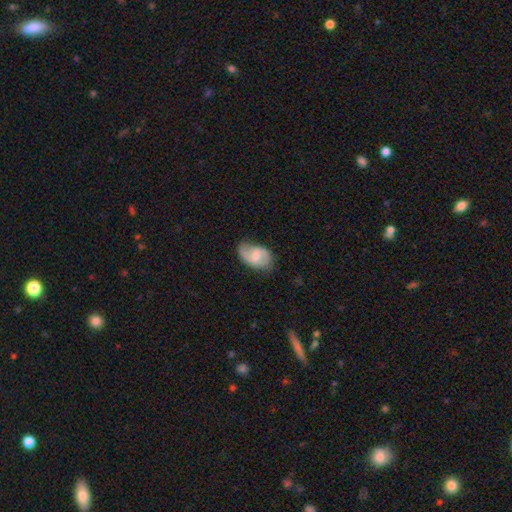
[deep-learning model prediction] A featured or disk galaxy (66%) with a weak bar (52%), 2 (76%) medium (46%) spiral arms (91%) and a moderate central bulge (47%). Merging: none (64%).